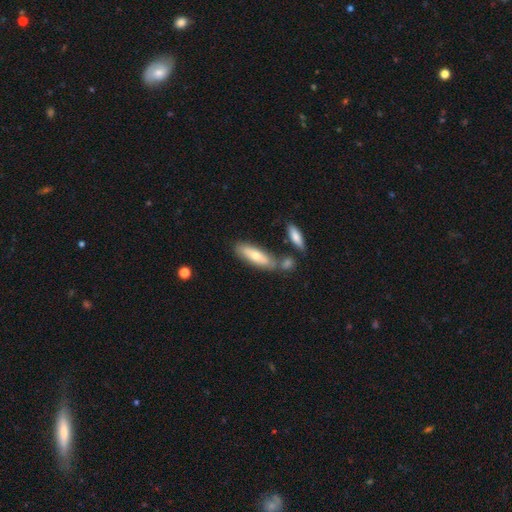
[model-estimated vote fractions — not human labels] This is likely a smooth galaxy (63%). How rounded: possibly in between (50%). Merging: likely none (65%).